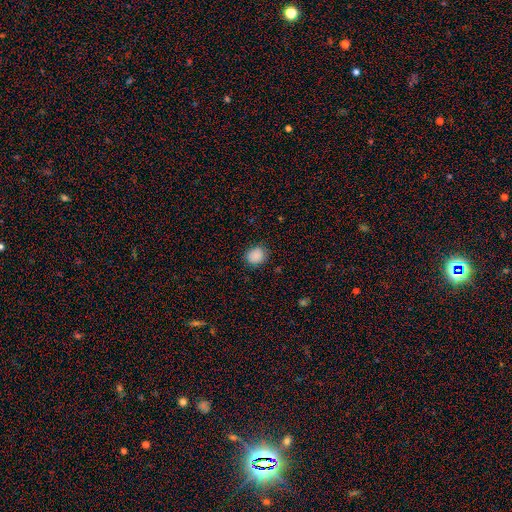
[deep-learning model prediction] Morphology: type=smooth (88%); roundness=round (66%); merging=none (85%).